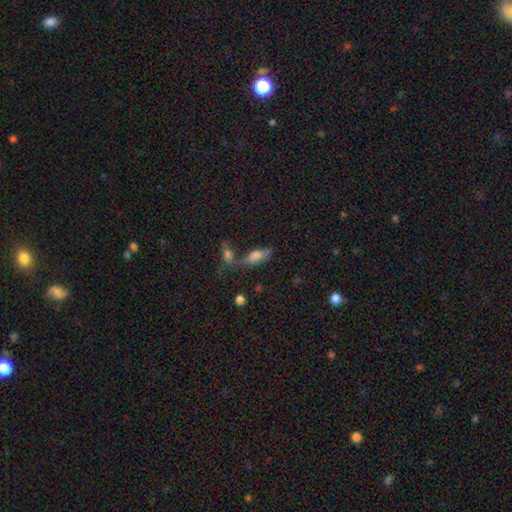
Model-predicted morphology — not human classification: A smooth galaxy with no disk features (70%) that is in between round and cigar-shaped (68%).

Vote fractions:
- Smooth or featured? smooth: 70% / featured or disk: 18% / star or artifact: 12%
- How rounded? in between: 68% / cigar-shaped: 29% / round: 4%
- Merging? none: 47% / merger: 31% / minor disturbance: 15% / major disturbance: 7%